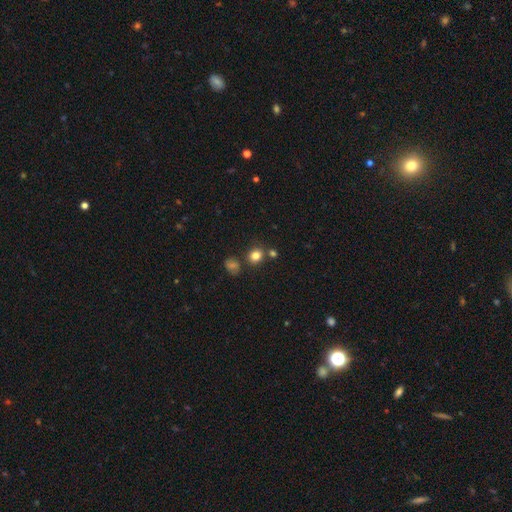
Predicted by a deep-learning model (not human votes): smooth-or-featured: smooth: 81% | star or artifact: 13% | featured or disk: 6%
  how-rounded: round: 72% | in between: 27% | cigar-shaped: 1%
  merging: none: 74% | merger: 12% | minor disturbance: 11% | major disturbance: 4%